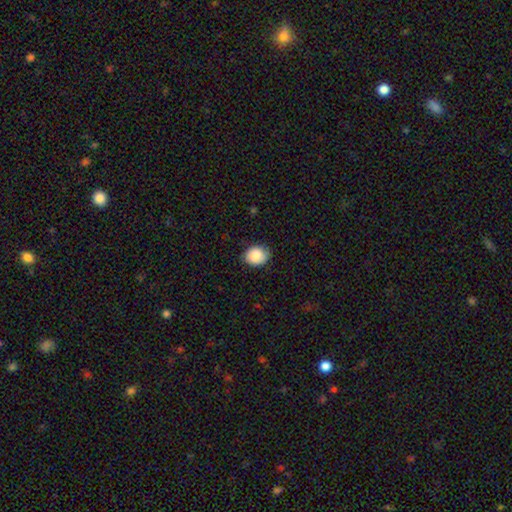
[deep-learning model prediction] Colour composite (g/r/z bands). It shows a smooth galaxy with no disk features (85%) that is round (56%). Merging: none (78%).